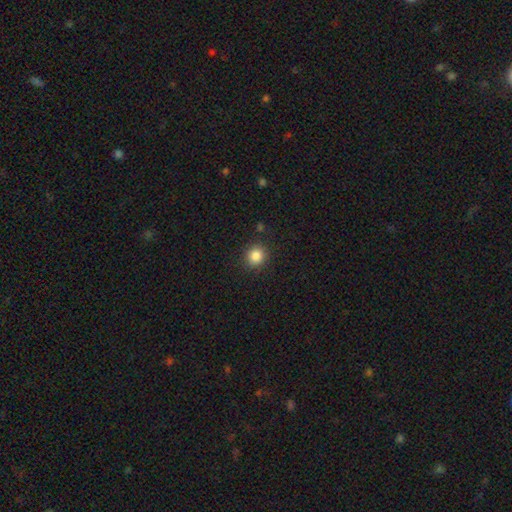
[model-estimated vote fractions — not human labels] smooth-or-featured: smooth: 85% | star or artifact: 11% | featured or disk: 4%
  how-rounded: round: 88% | in between: 11% | cigar-shaped: 1%
  merging: none: 88% | minor disturbance: 8% | major disturbance: 3% | merger: 2%